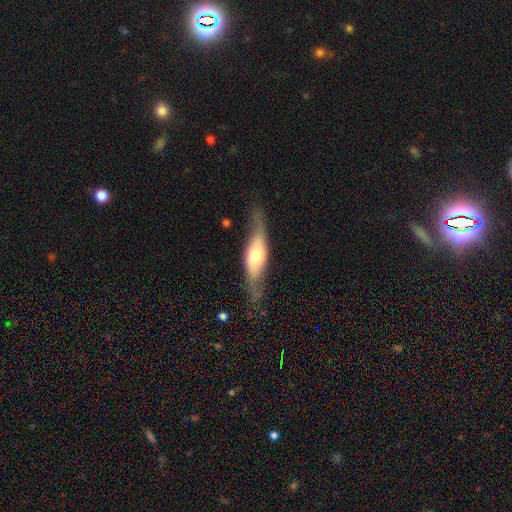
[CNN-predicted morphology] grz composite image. It shows a featured or disk galaxy (54%) viewed edge-on (54%). Merging: none (70%).